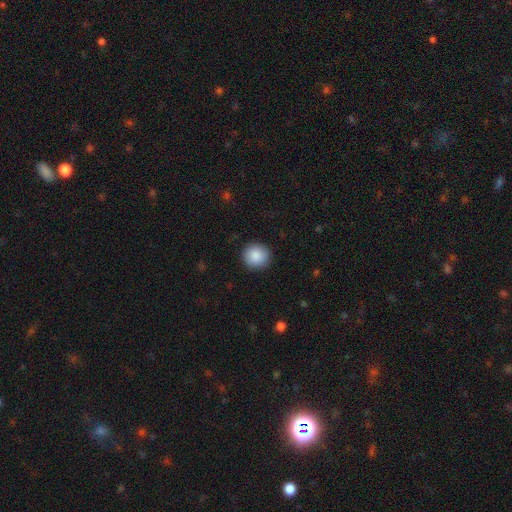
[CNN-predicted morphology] The model was most divided on "smooth or featured": smooth: 88%, star or artifact: 7%, featured or disk: 4%. More confident: how rounded — round (93%); merging — none (91%).